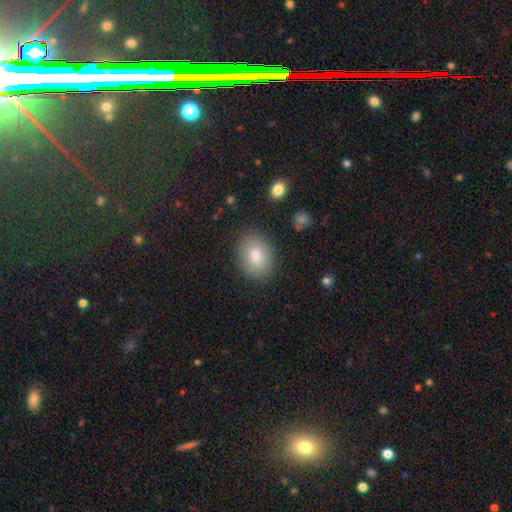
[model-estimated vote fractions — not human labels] A smooth galaxy with no disk features (81%) that is in between round and cigar-shaped (80%).

Vote fractions:
- Smooth or featured? smooth: 81% / featured or disk: 10% / star or artifact: 9%
- How rounded? in between: 80% / round: 19% / cigar-shaped: 1%
- Merging? none: 86% / minor disturbance: 10% / major disturbance: 3% / merger: 1%